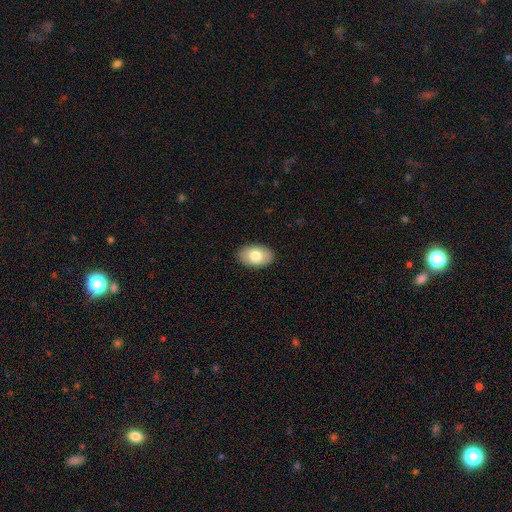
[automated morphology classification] Smooth or featured? smooth (79%)
How rounded? in between (91%)
Merging? none (89%)